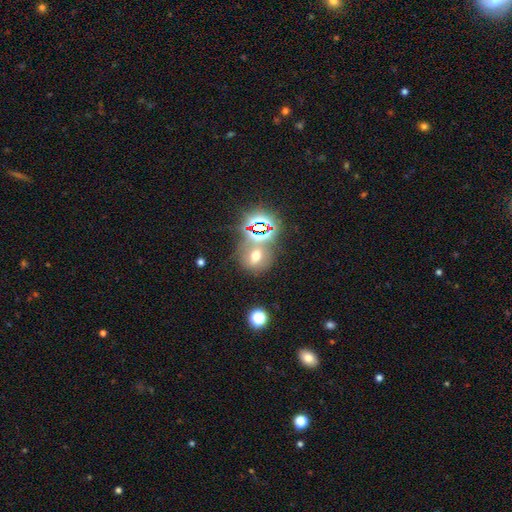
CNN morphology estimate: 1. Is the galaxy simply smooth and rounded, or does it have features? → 52% smooth, 34% star or artifact, 14% featured or disk.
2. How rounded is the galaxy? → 68% round, 30% in between, 1% cigar-shaped.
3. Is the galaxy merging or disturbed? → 60% none, 21% merger, 12% minor disturbance, 6% major disturbance.